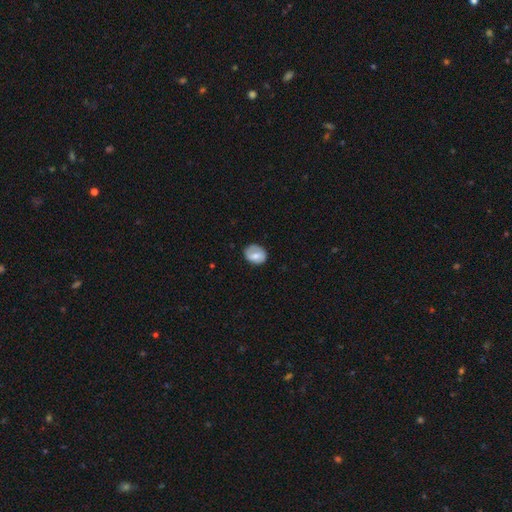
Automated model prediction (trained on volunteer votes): A smooth galaxy with no disk features (61%) that is in between round and cigar-shaped (56%). Merging: none (72%).